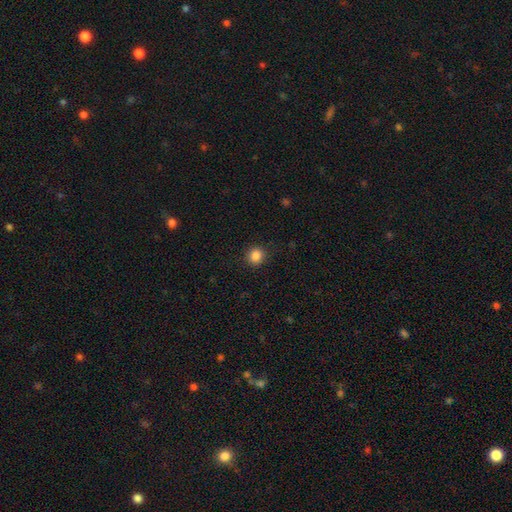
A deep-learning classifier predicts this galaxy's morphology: The model was most divided on "smooth or featured": smooth: 86%, star or artifact: 11%, featured or disk: 3%. More confident: merging — none (90%); how rounded — round (88%).